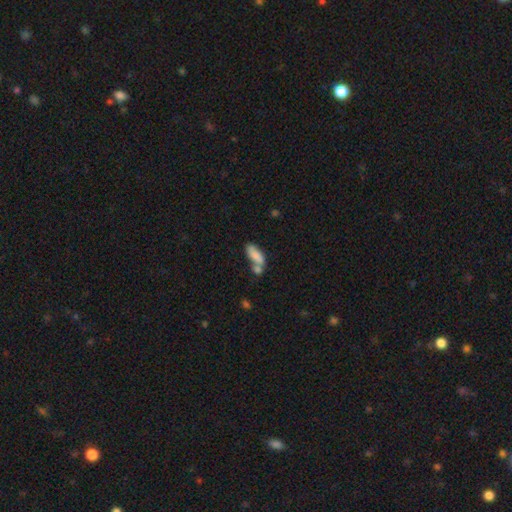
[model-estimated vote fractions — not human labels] Smooth or featured: smooth — 78% (featured or disk — 14%)
How rounded: in between — 77% (cigar-shaped — 20%)
Merging: merger — 45% (none — 35%)